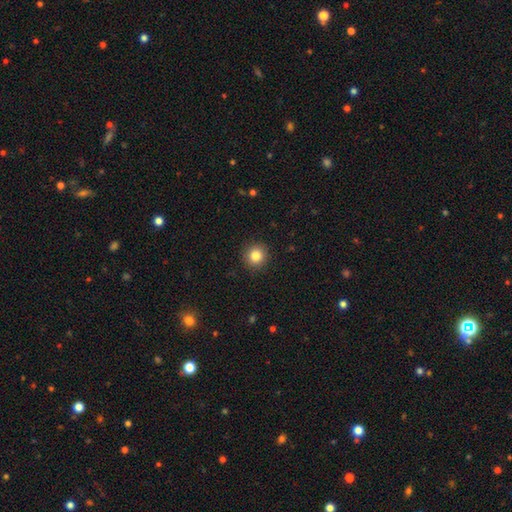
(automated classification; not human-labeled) This is clearly a smooth galaxy (84%). How rounded: clearly round (93%). Merging: clearly none (92%).